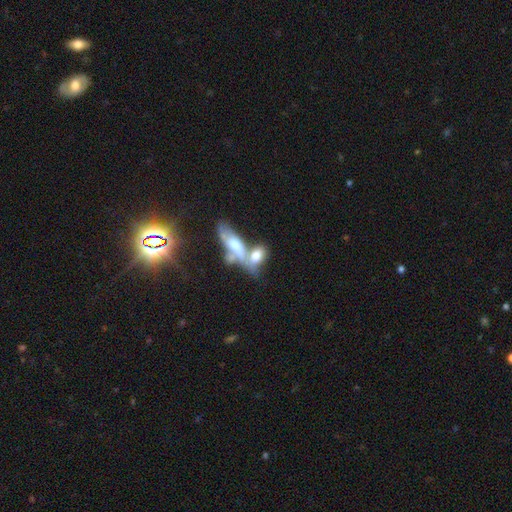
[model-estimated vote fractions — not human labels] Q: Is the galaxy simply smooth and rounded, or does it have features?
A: smooth — 65%.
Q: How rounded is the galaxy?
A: in between — 77%.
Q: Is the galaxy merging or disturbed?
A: merger — 58%.